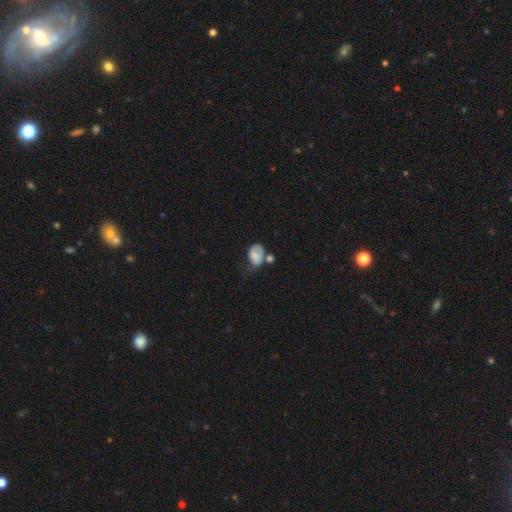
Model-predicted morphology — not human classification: Smooth or featured?
  - smooth: 72% *
  - featured or disk: 20%
  - star or artifact: 8%
How rounded?
  - in between: 75% *
  - round: 23%
  - cigar-shaped: 1%
Merging?
  - minor disturbance: 28% * (tied)
  - none: 28% * (tied)
  - merger: 25%
  - major disturbance: 19%